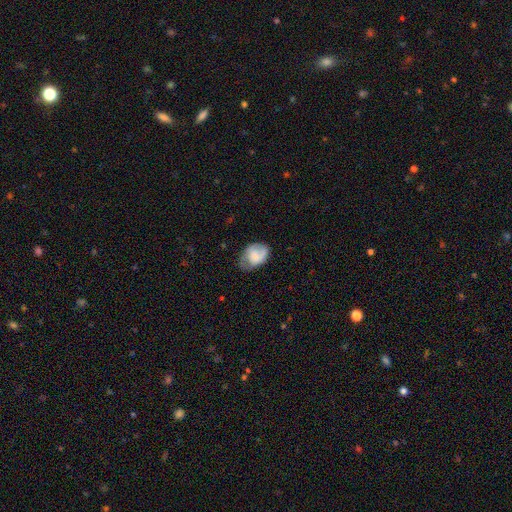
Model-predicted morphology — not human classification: A smooth galaxy with no disk features (59%) that is in between round and cigar-shaped (73%).

Vote fractions:
- Smooth or featured? smooth: 59% / featured or disk: 33% / star or artifact: 8%
- How rounded? in between: 73% / round: 26% / cigar-shaped: 1%
- Merging? none: 45% / minor disturbance: 36% / major disturbance: 17% / merger: 2%